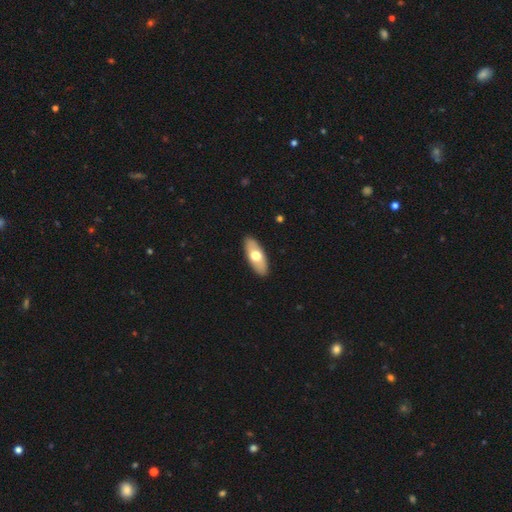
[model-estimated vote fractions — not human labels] Q: Smooth or featured?
A: smooth (61%); runner-up: featured or disk (34%)
Q: How rounded?
A: in between (80%); runner-up: cigar-shaped (17%)
Q: Merging?
A: none (90%); runner-up: minor disturbance (8%)